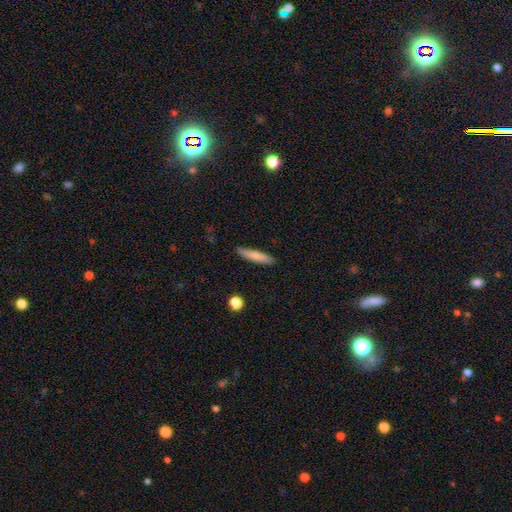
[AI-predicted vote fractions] The model was most divided on "smooth or featured": smooth: 76%, featured or disk: 18%, star or artifact: 6%. More confident: merging — none (87%); how rounded — cigar-shaped (87%).